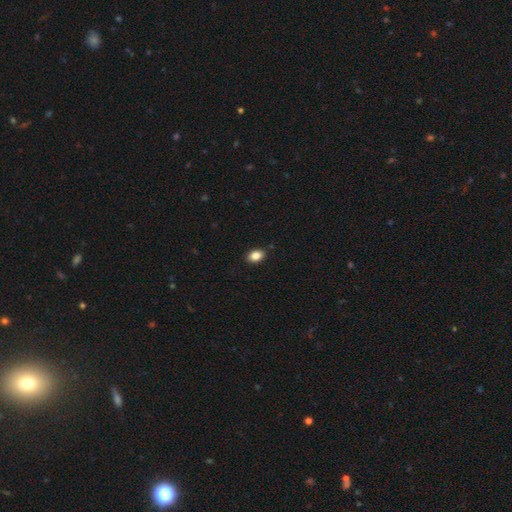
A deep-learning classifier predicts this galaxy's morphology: The model was most divided on "how rounded": in between: 81%, round: 18%, cigar-shaped: 1%. More confident: merging — none (89%); smooth or featured — smooth (86%).